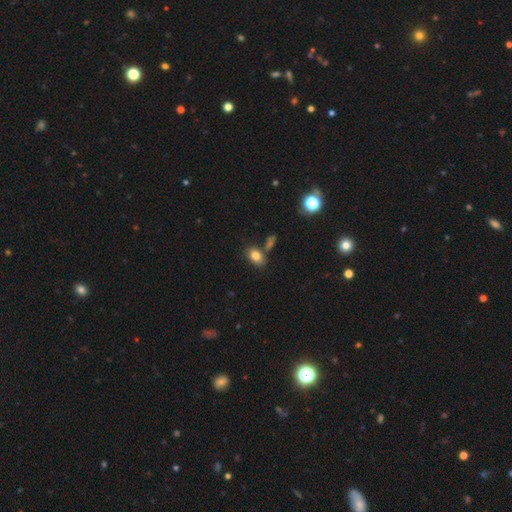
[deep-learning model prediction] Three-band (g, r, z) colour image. It shows a smooth galaxy with no disk features (82%) that is in between round and cigar-shaped (85%). Merging: none (68%).